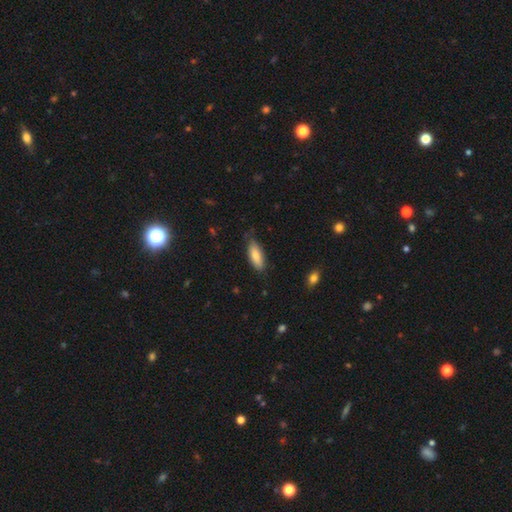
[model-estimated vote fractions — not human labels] This is clearly a smooth galaxy (83%). How rounded: likely in between (70%). Merging: likely none (76%).